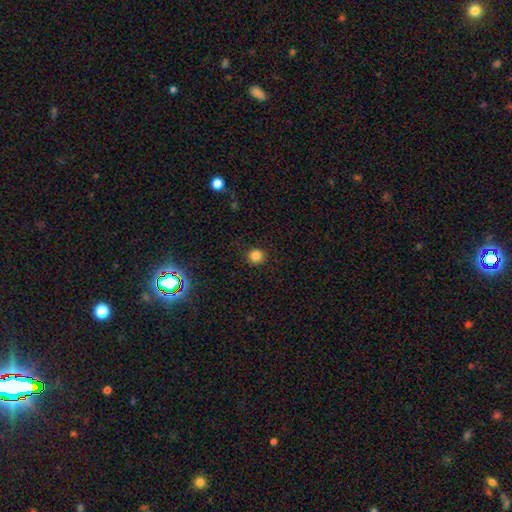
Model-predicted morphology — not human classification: Smooth or featured? smooth (84%)
How rounded? round (93%)
Merging? none (90%)